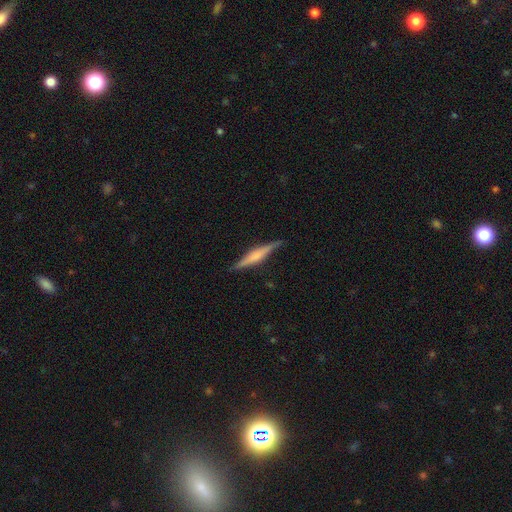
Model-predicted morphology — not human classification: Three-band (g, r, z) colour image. It shows a featured or disk galaxy (64%) viewed edge-on (97%) with a rounded central bulge (50%). Merging: none (87%).